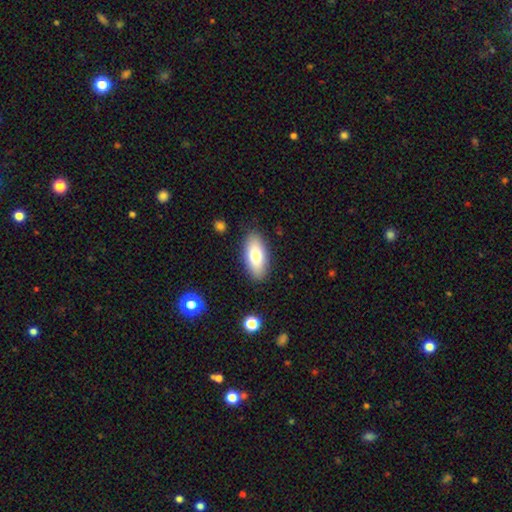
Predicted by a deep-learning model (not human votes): A smooth galaxy with no disk features (74%) that is in between round and cigar-shaped (88%).

Vote fractions:
- Smooth or featured? smooth: 74% / featured or disk: 19% / star or artifact: 7%
- How rounded? in between: 88% / cigar-shaped: 9% / round: 3%
- Merging? none: 87% / minor disturbance: 9% / major disturbance: 3% / merger: 1%